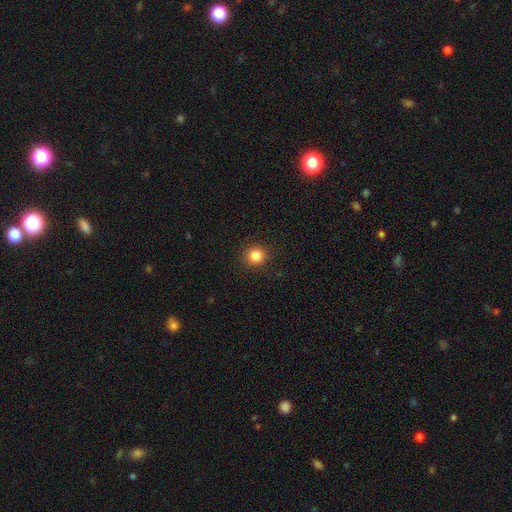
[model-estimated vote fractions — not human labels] Q: Smooth or featured?
A: smooth (84%); runner-up: star or artifact (12%)
Q: How rounded?
A: round (93%); runner-up: in between (6%)
Q: Merging?
A: none (92%); runner-up: minor disturbance (5%)